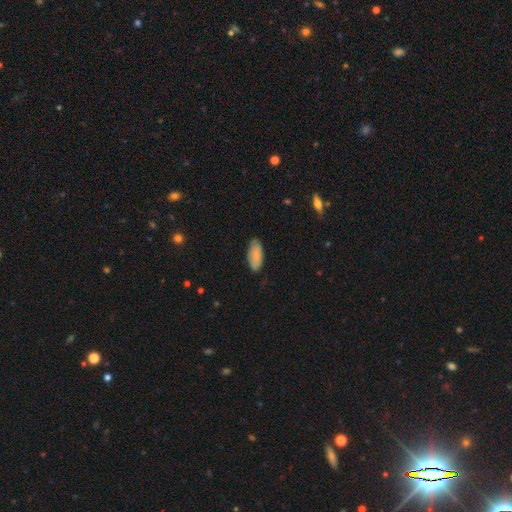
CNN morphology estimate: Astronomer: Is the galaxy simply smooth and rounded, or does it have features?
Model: smooth — 80%.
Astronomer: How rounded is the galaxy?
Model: in between — 88%.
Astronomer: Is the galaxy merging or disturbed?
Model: none — 81%.